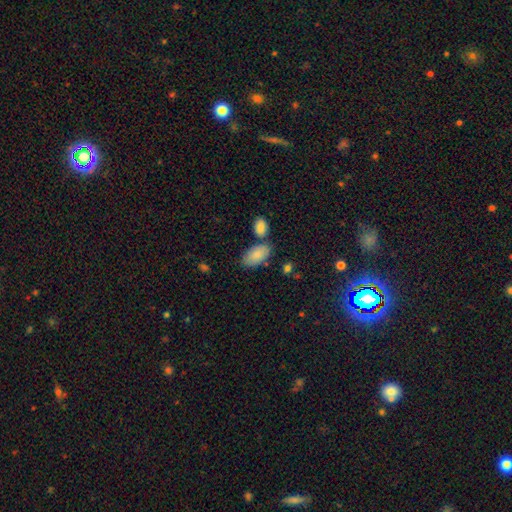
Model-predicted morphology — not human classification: smooth 84%, featured or disk 10%, star or artifact 6%. Down the decision tree: how rounded — in between (95%); merging — none (64%).